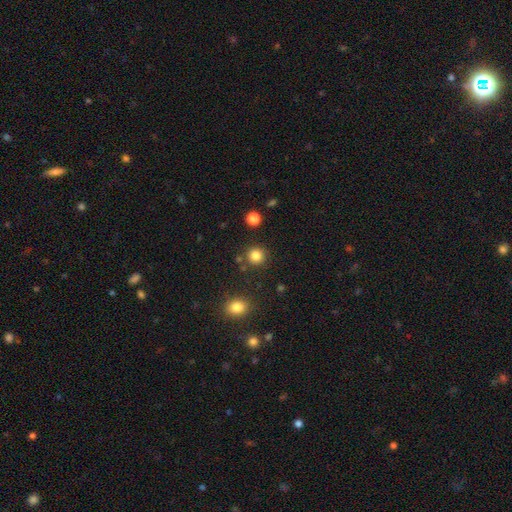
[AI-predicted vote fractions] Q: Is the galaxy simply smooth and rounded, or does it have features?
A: smooth — 83%.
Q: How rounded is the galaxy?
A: round — 92%.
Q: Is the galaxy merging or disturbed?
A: none — 87%.